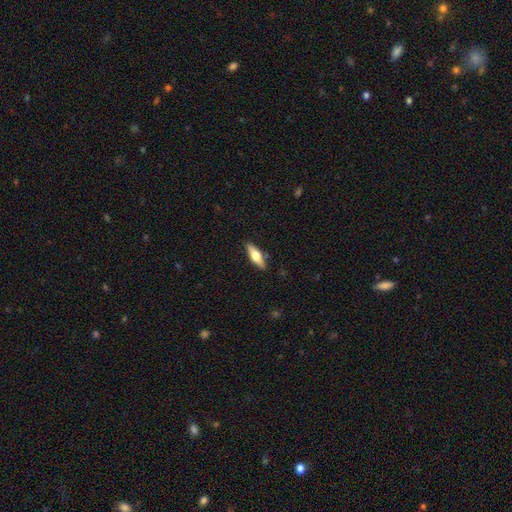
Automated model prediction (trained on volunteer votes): smooth_or_featured: featured or disk (p=0.47) [tied with: smooth p=0.47]
merging: none (p=0.86) [alt: minor disturbance p=0.10]